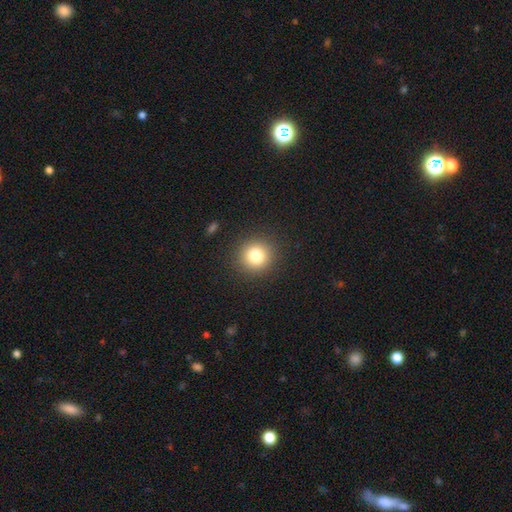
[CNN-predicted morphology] smooth-or-featured: smooth: 81% | star or artifact: 12% | featured or disk: 8%
  how-rounded: round: 92% | in between: 7% | cigar-shaped: 1%
  merging: none: 91% | minor disturbance: 6% | major disturbance: 2% | merger: 1%